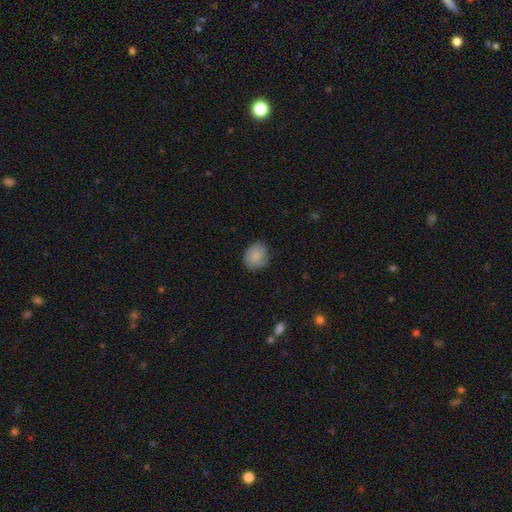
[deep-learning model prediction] Smooth or featured: smooth — 74% (featured or disk — 18%)
How rounded: round — 61% (in between — 38%)
Merging: none — 74% (minor disturbance — 20%)